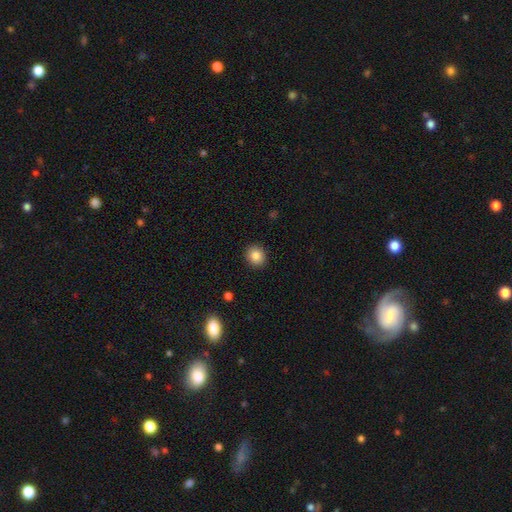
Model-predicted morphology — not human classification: Smooth or featured? smooth (86%)
How rounded? round (74%)
Merging? none (91%)